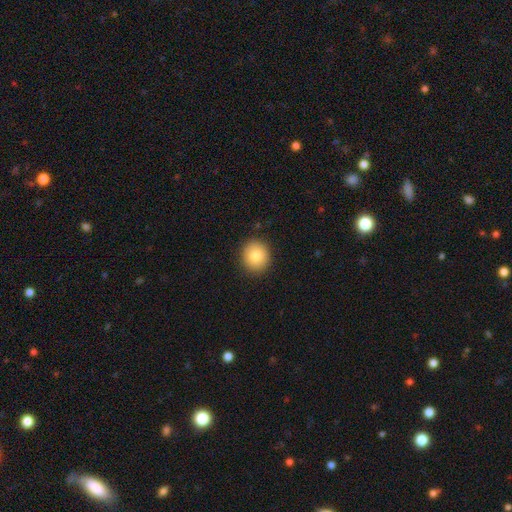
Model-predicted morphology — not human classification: This appears to be a smooth galaxy with no disk features (82%) that is round (84%). Merging: none (90%).